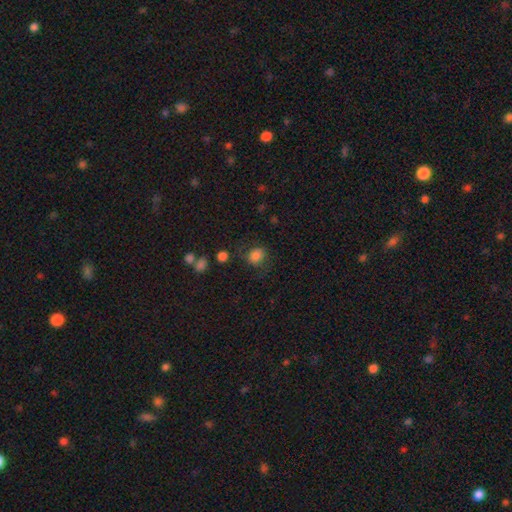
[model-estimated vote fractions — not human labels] smooth 82%, star or artifact 11%, featured or disk 6%. Down the decision tree: how rounded — round (58%); merging — none (67%).